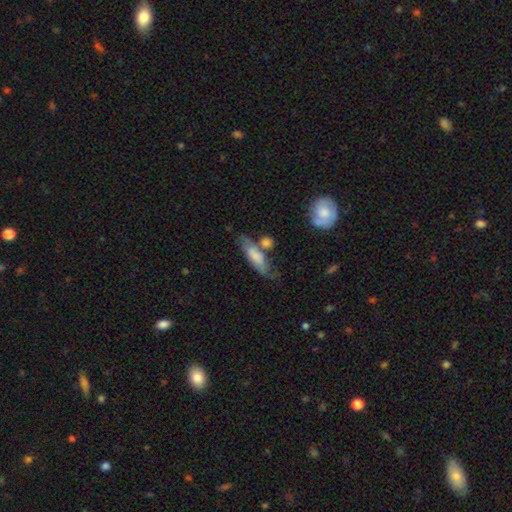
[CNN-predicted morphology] Overall: smooth (64%; featured or disk 30%). How rounded: in between (51%; cigar-shaped 46%). Merging: none (46%; minor disturbance 22%).